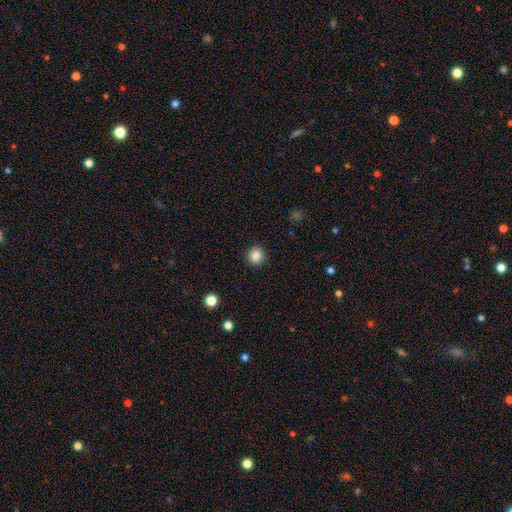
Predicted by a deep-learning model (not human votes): This appears to be a smooth galaxy with no disk features (86%) that is round (92%). Merging: none (92%).